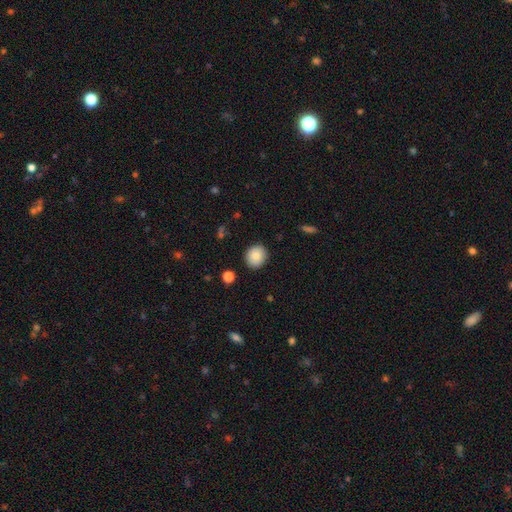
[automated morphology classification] Smooth or featured?
  - smooth: 84% *
  - star or artifact: 8%
  - featured or disk: 8%
How rounded?
  - round: 78% *
  - in between: 21%
  - cigar-shaped: 1%
Merging?
  - none: 89% *
  - minor disturbance: 8%
  - major disturbance: 2%
  - merger: 1%